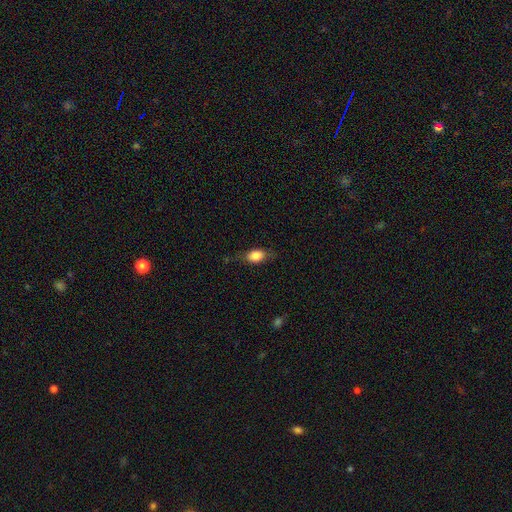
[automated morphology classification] This appears to be a smooth galaxy with no disk features (80%) that is in between round and cigar-shaped (80%). Merging: none (68%).